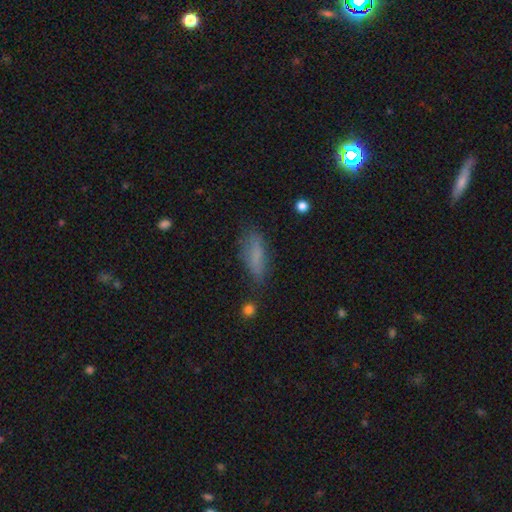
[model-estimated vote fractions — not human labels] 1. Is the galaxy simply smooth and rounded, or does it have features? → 73% smooth, 16% featured or disk, 10% star or artifact.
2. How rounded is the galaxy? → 53% in between, 45% cigar-shaped, 2% round.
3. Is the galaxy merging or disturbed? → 66% none, 23% minor disturbance, 8% major disturbance, 3% merger.